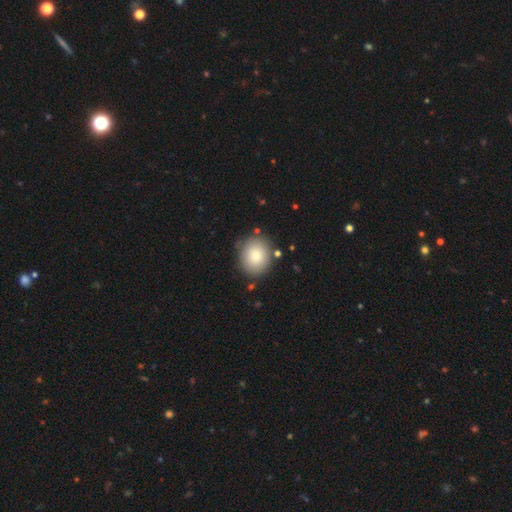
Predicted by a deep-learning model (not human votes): Smooth or featured?
  - smooth: 83% *
  - featured or disk: 9%
  - star or artifact: 8%
How rounded?
  - round: 71% *
  - in between: 28%
  - cigar-shaped: 1%
Merging?
  - none: 82% *
  - minor disturbance: 12%
  - merger: 3%
  - major disturbance: 3%